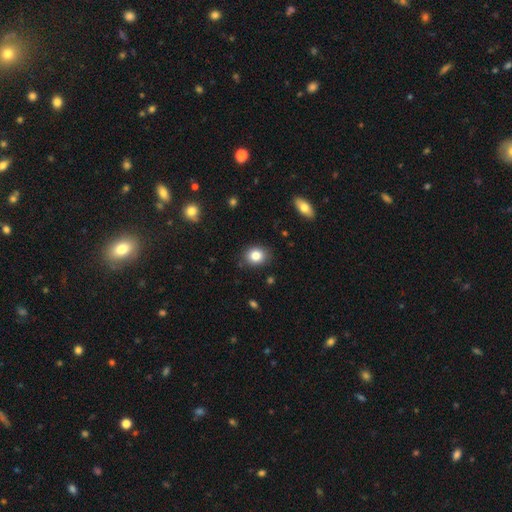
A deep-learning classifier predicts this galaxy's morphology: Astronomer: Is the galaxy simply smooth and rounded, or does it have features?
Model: smooth — 83%.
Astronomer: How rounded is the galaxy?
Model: round — 60% (runner-up: in between, 39%).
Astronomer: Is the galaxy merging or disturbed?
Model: none — 87%.